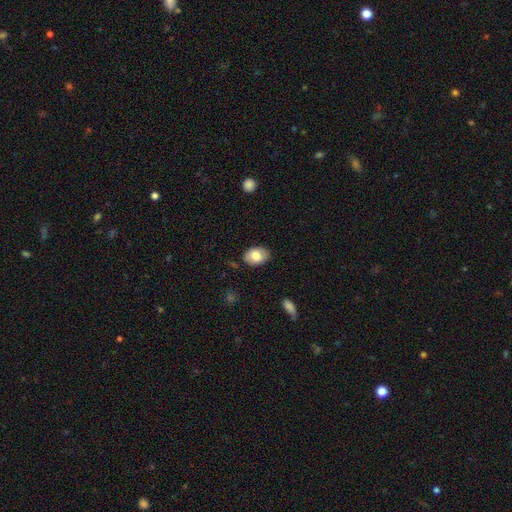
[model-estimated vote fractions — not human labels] smooth 77%, featured or disk 16%, star or artifact 7%. Down the decision tree: how rounded — in between (83%); merging — none (85%).